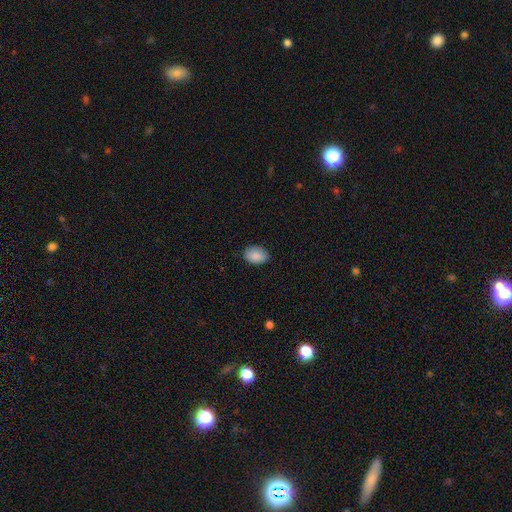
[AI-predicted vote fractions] This appears to be a smooth galaxy with no disk features (88%) that is in between round and cigar-shaped (83%). Merging: none (86%).